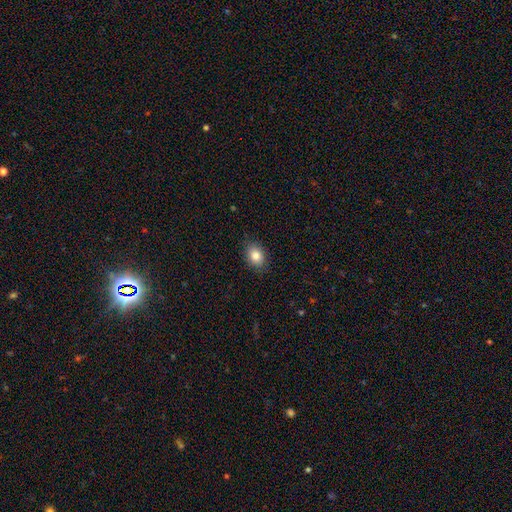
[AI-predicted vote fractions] The model was most divided on "how rounded": in between: 69%, round: 30%, cigar-shaped: 1%. More confident: merging — none (86%); smooth or featured — smooth (84%).